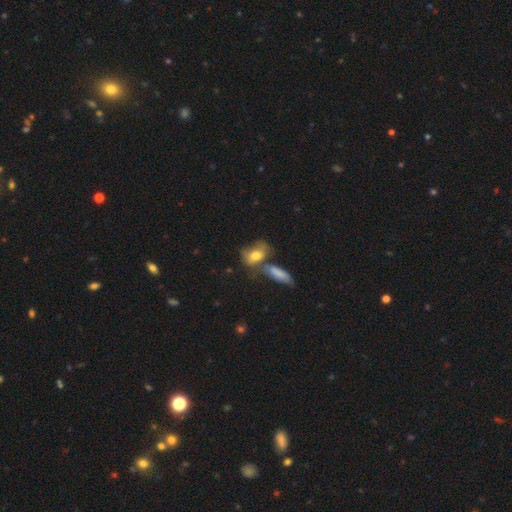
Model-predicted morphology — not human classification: type=smooth (67%); roundness=in between (79%); merging=none (35%).